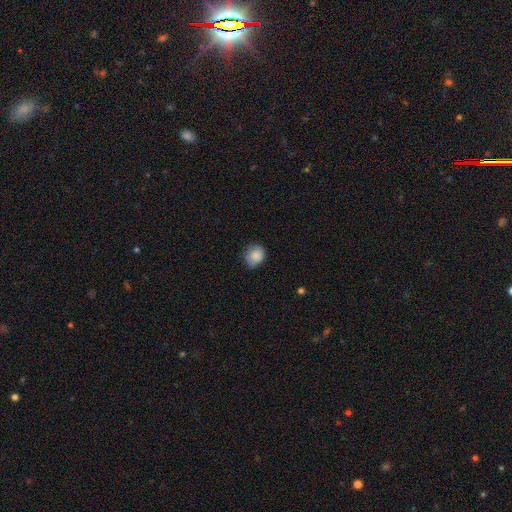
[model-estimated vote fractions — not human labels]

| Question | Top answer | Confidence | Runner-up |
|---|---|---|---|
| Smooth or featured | smooth | 86% | star or artifact (8%) |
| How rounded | round | 71% | in between (28%) |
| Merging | none | 73% | minor disturbance (22%) |